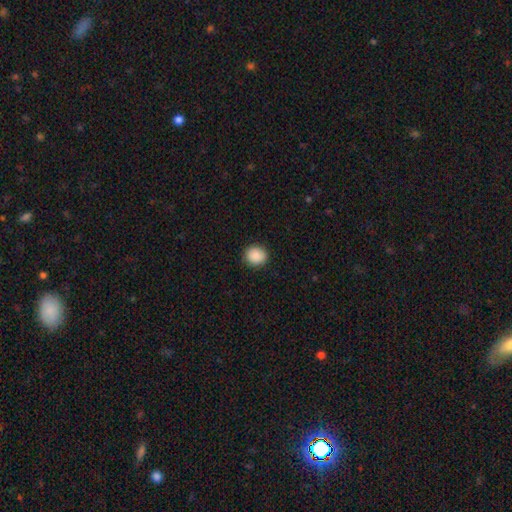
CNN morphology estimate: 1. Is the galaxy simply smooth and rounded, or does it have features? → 90% smooth, 8% star or artifact, 3% featured or disk.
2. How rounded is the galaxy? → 78% round, 22% in between, 1% cigar-shaped.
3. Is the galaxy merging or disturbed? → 90% none, 7% minor disturbance, 2% major disturbance, 1% merger.